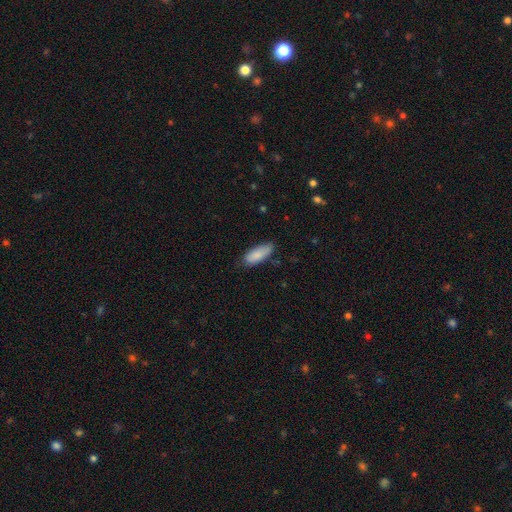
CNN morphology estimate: A smooth galaxy with no disk features (87%) that is in between round and cigar-shaped (75%). Merging: none (69%).